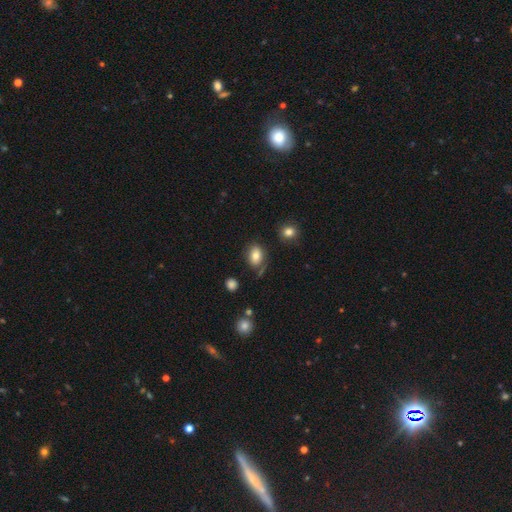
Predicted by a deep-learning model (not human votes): smooth 80%, featured or disk 10%, star or artifact 9%. Down the decision tree: how rounded — in between (77%); merging — none (71%).